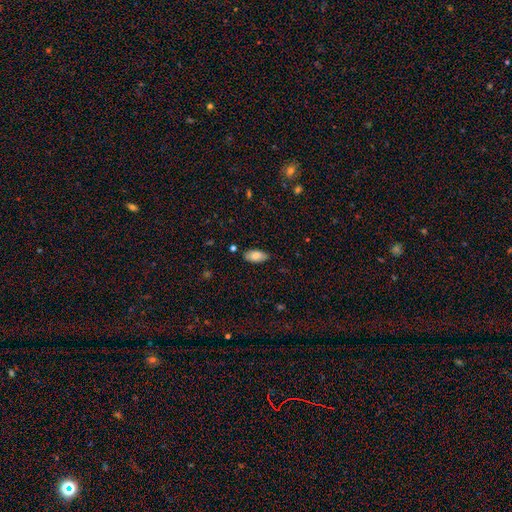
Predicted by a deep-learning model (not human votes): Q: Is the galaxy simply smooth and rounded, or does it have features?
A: smooth — 82%.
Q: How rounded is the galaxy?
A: in between — 91%.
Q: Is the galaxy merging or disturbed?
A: none — 84%.